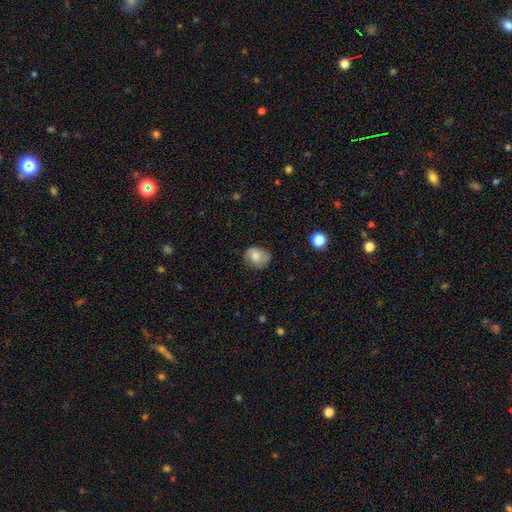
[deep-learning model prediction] Smooth or featured? Predicted: smooth (p=0.73). How rounded? Predicted: round (p=0.51). Merging? Predicted: none (p=0.59).